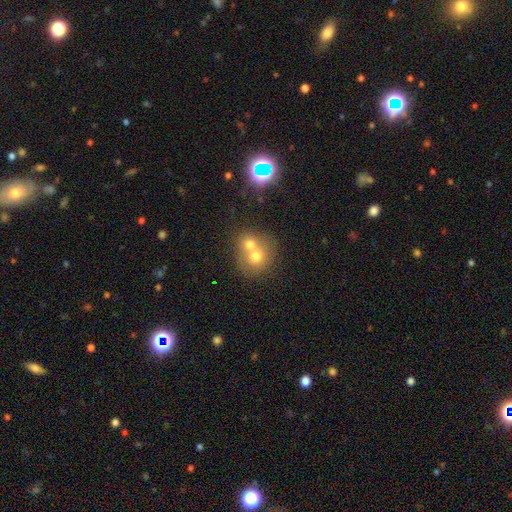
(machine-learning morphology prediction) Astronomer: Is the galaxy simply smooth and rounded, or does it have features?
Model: smooth — 65%.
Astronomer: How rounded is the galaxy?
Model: round — 74%.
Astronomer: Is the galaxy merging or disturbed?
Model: merger — 67%.